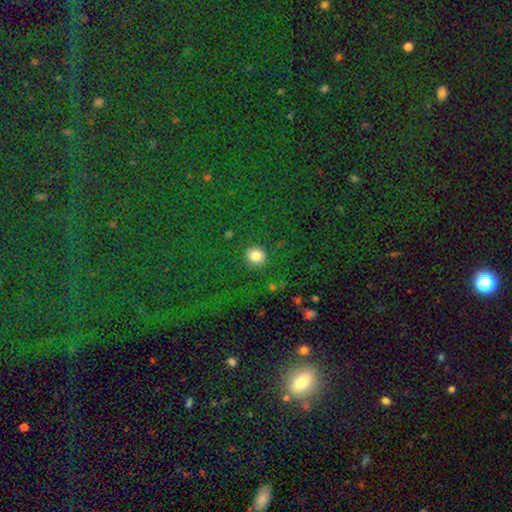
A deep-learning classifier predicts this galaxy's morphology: A smooth galaxy with no disk features (82%) that is round (89%).

Vote fractions:
- Smooth or featured? smooth: 82% / star or artifact: 12% / featured or disk: 6%
- How rounded? round: 89% / in between: 10% / cigar-shaped: 1%
- Merging? none: 88% / minor disturbance: 7% / major disturbance: 3% / merger: 2%